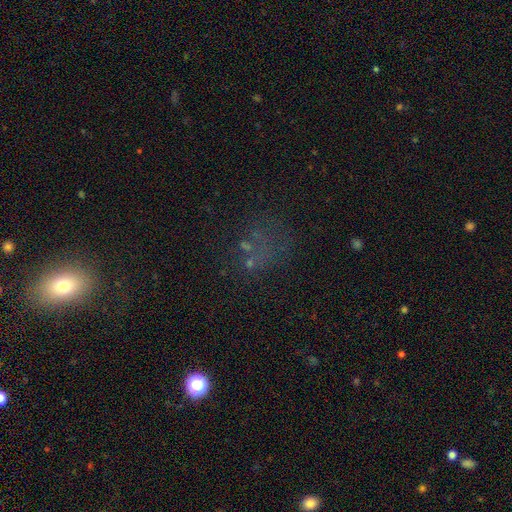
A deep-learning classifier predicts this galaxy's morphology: Smooth or featured: star or artifact — 43% (smooth — 34%)